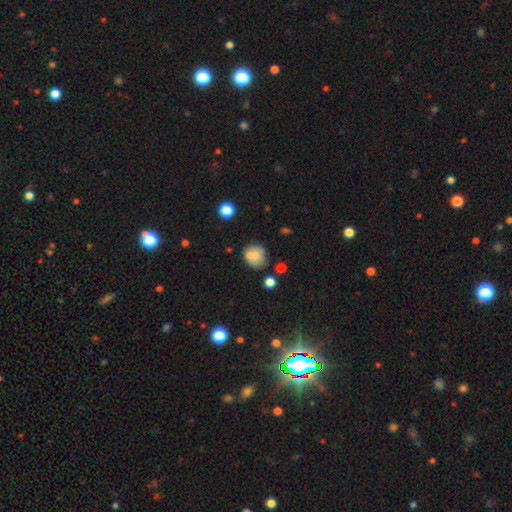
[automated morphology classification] A smooth galaxy with no disk features (74%) that is round (84%). Merging: none (61%).